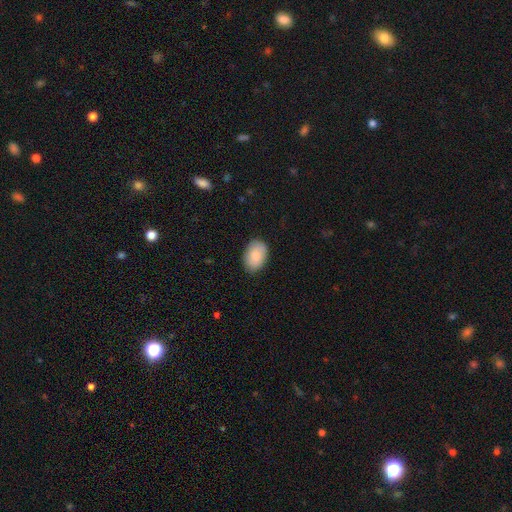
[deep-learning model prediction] smooth 82%, featured or disk 12%, star or artifact 6%. Down the decision tree: how rounded — in between (85%); merging — none (84%).